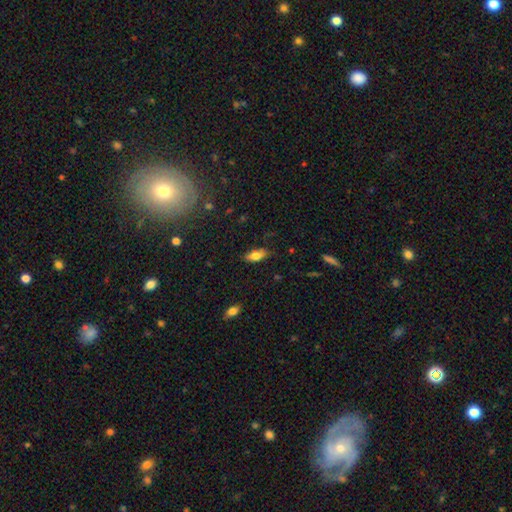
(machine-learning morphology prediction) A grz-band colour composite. It shows a smooth galaxy with no disk features (75%) that is in between round and cigar-shaped (81%). Merging: none (80%).